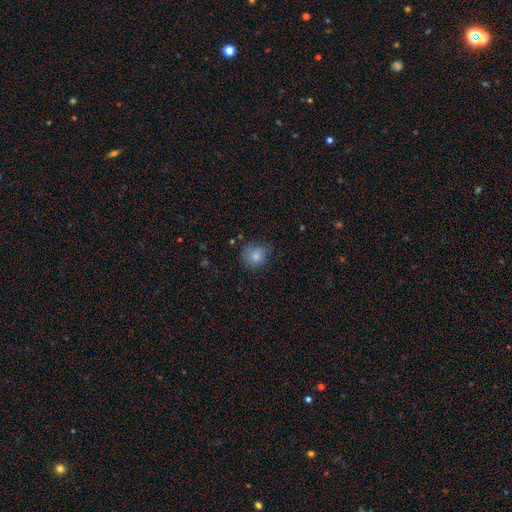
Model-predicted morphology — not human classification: smooth 82%, star or artifact 10%, featured or disk 8%. Down the decision tree: how rounded — round (74%); merging — none (66%).